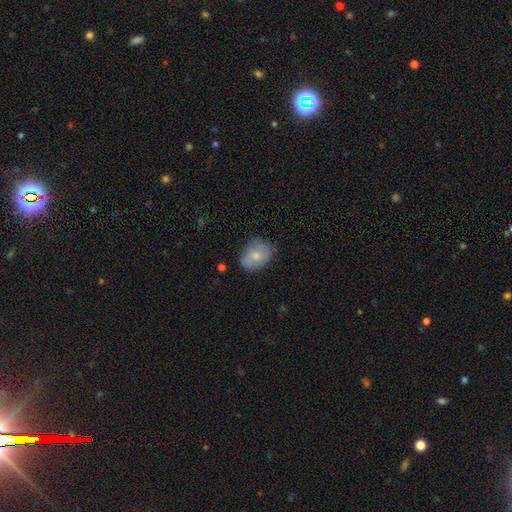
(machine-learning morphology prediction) This is likely a smooth galaxy (66%). How rounded: possibly in between (53%). Merging: likely none (67%).